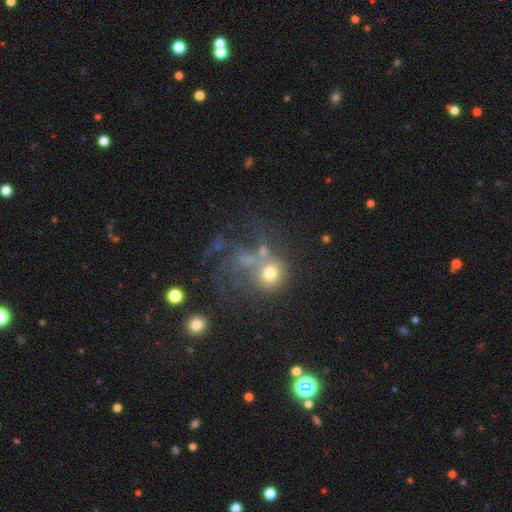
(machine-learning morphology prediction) Smooth or featured?
  - smooth: 41% *
  - featured or disk: 33%
  - star or artifact: 26%
Merging?
  - none: 35% *
  - merger: 26%
  - major disturbance: 26%
  - minor disturbance: 13%